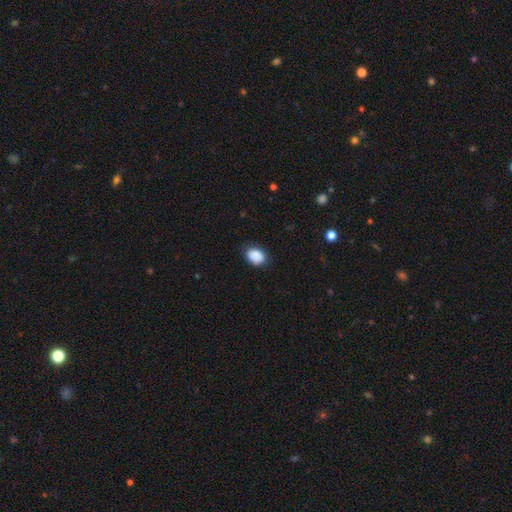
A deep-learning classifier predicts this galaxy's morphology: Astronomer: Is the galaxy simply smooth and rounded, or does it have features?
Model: smooth — 87%.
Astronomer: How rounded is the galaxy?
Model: in between — 70%.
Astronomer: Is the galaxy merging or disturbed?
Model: none — 76%.